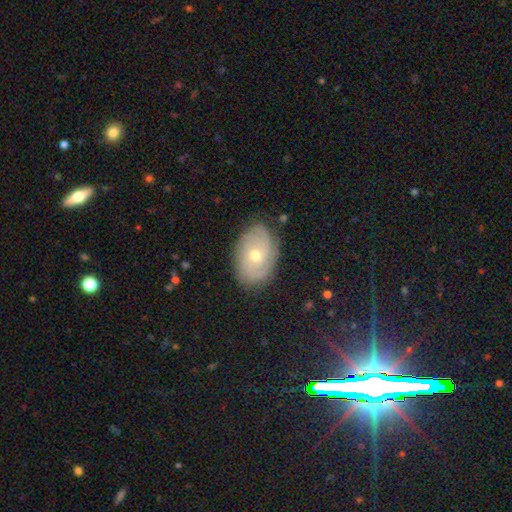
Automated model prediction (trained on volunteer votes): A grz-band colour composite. It shows a featured or disk galaxy (60%) with no bar (80%), spiral arms (74%) and a moderate central bulge (59%). Merging: none (80%).